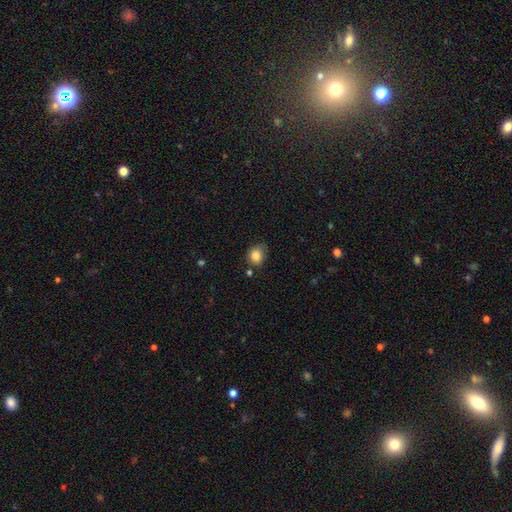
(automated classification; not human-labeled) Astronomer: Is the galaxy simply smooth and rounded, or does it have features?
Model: smooth — 84%.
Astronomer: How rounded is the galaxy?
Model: round — 69%.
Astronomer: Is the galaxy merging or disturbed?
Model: none — 66%.